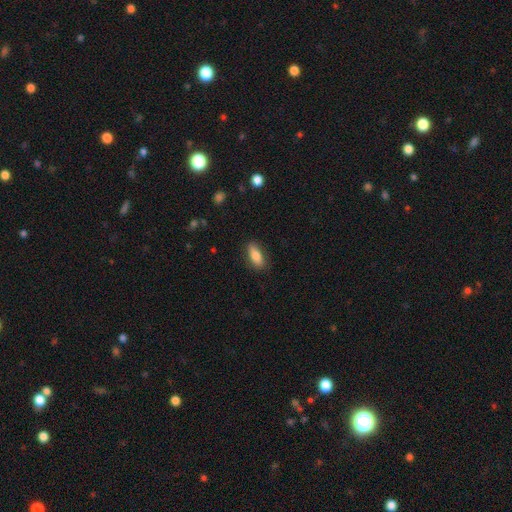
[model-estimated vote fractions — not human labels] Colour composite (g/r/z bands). It shows a smooth galaxy with no disk features (80%) that is in between round and cigar-shaped (75%). Merging: none (83%).